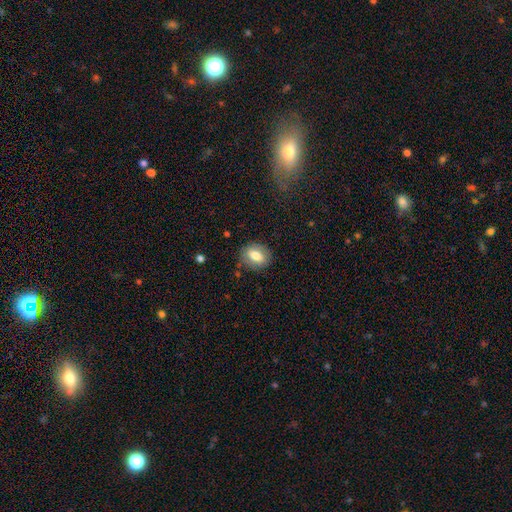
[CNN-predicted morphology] A smooth galaxy with no disk features (73%) that is in between round and cigar-shaped (53%).

Vote fractions:
- Smooth or featured? smooth: 73% / featured or disk: 18% / star or artifact: 8%
- How rounded? in between: 53% / round: 46% / cigar-shaped: 2%
- Merging? none: 83% / minor disturbance: 12% / major disturbance: 3% / merger: 2%